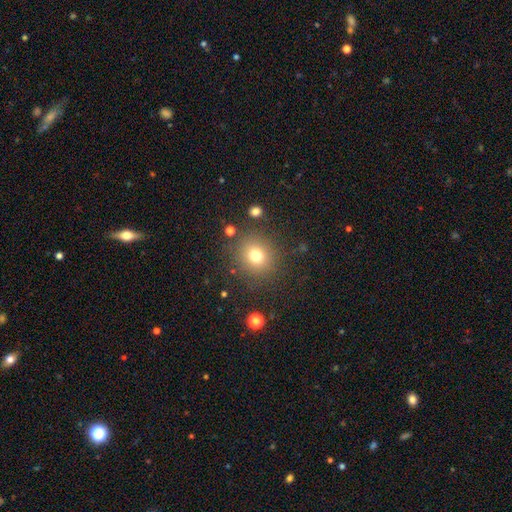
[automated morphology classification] A smooth galaxy with no disk features (75%) that is round (88%). Merging: none (85%).